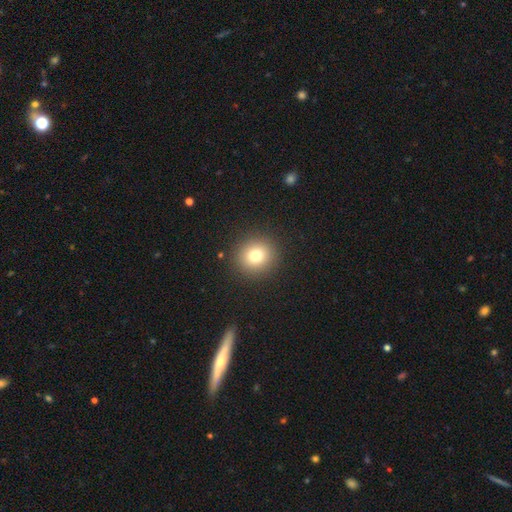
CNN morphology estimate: Smooth or featured? smooth (77%)
How rounded? round (90%)
Merging? none (91%)